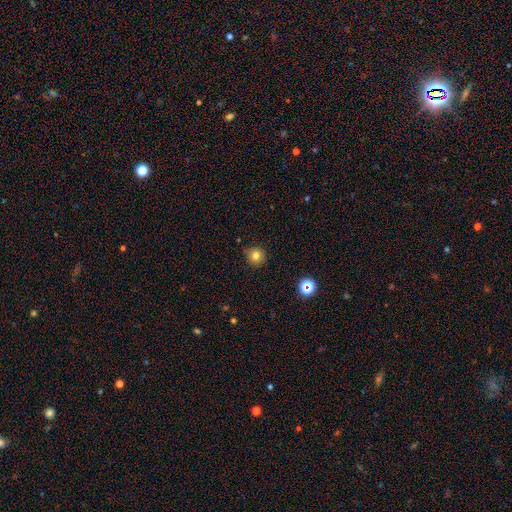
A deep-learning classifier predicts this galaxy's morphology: Smooth or featured? Predicted: smooth (p=0.79). How rounded? Predicted: round (p=0.91). Merging? Predicted: none (p=0.80).